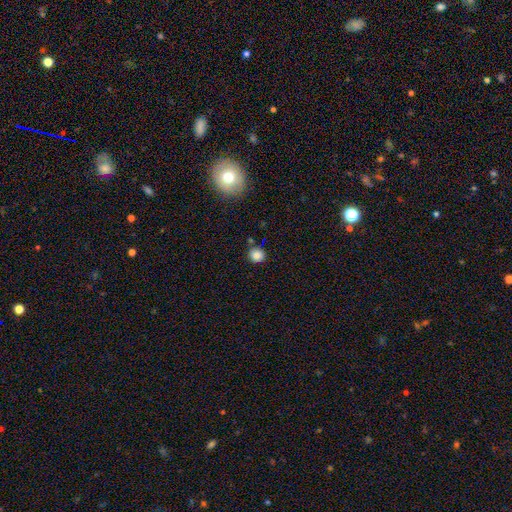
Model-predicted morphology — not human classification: Smooth or featured: smooth — 84% (star or artifact — 12%)
How rounded: round — 85% (in between — 14%)
Merging: none — 80% (minor disturbance — 12%)